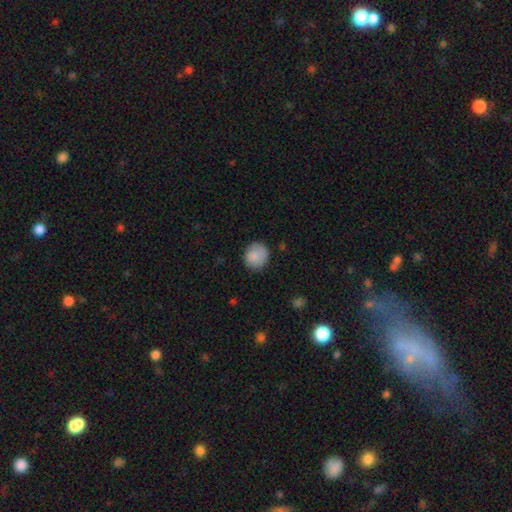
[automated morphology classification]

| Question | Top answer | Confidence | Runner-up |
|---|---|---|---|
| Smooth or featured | smooth | 88% | star or artifact (8%) |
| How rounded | round | 78% | in between (21%) |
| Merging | none | 81% | minor disturbance (14%) |